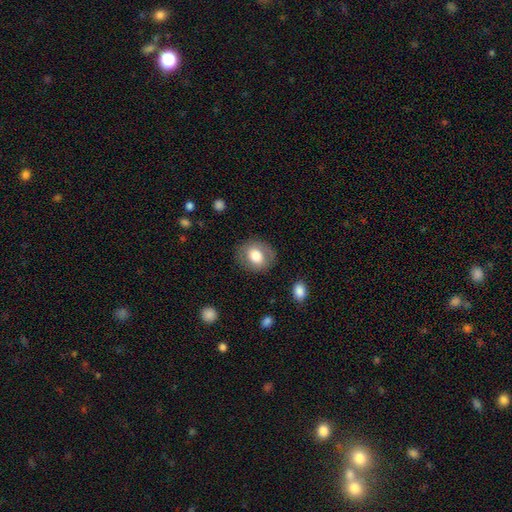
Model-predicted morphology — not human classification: Smooth or featured?
  - smooth: 72% *
  - featured or disk: 20%
  - star or artifact: 8%
How rounded?
  - round: 59% *
  - in between: 40%
  - cigar-shaped: 1%
Merging?
  - none: 82% *
  - minor disturbance: 12%
  - major disturbance: 5%
  - merger: 1%